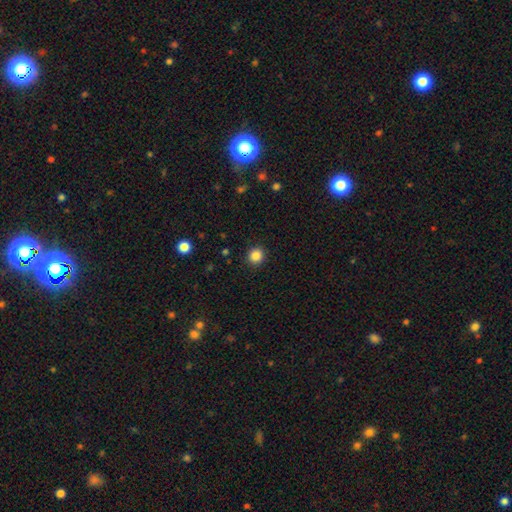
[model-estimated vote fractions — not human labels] Morphology: type=smooth (85%); roundness=round (91%); merging=none (92%).